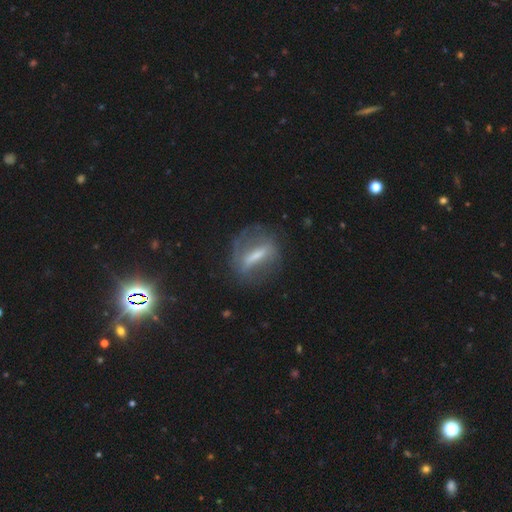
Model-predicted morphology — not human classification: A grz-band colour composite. It shows a featured or disk galaxy (62%). Merging: none (66%).